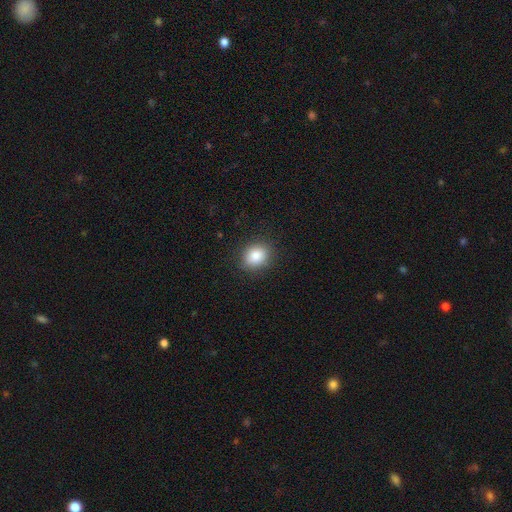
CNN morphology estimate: A smooth galaxy with no disk features (85%) that is round (56%).

Vote fractions:
- Smooth or featured? smooth: 85% / star or artifact: 9% / featured or disk: 6%
- How rounded? round: 56% / in between: 43% / cigar-shaped: 1%
- Merging? none: 88% / minor disturbance: 9% / major disturbance: 3% / merger: 1%